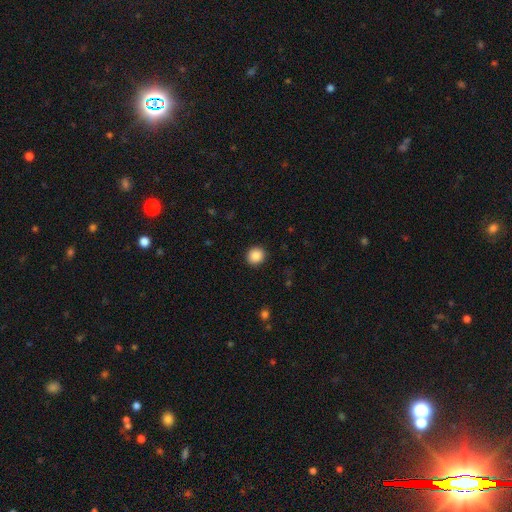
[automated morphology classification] A smooth galaxy with no disk features (88%) that is round (87%). Merging: none (92%).